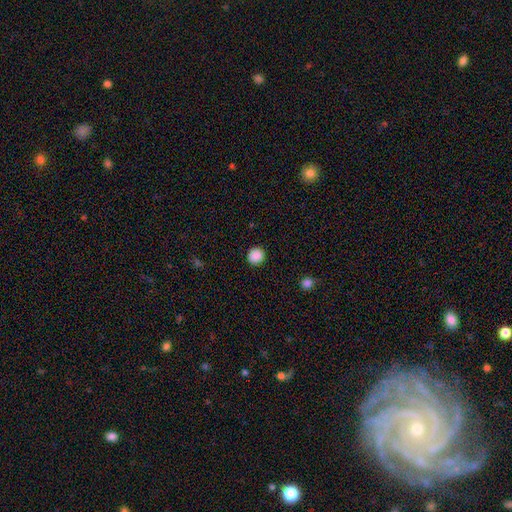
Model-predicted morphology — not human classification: Smooth or featured? smooth (89%)
How rounded? round (93%)
Merging? none (92%)